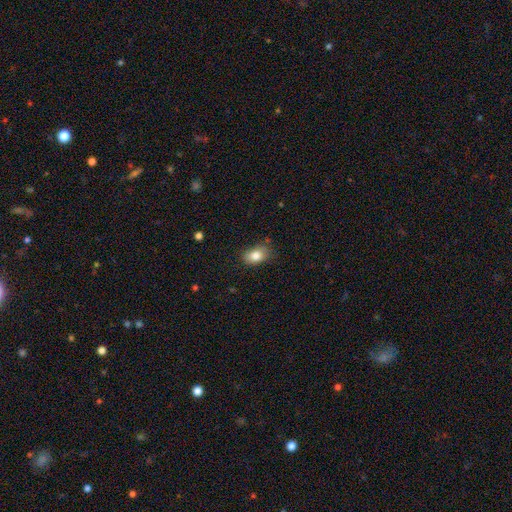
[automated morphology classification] Smooth or featured: smooth — 83% (featured or disk — 9%)
How rounded: in between — 84% (round — 14%)
Merging: none — 72% (minor disturbance — 22%)